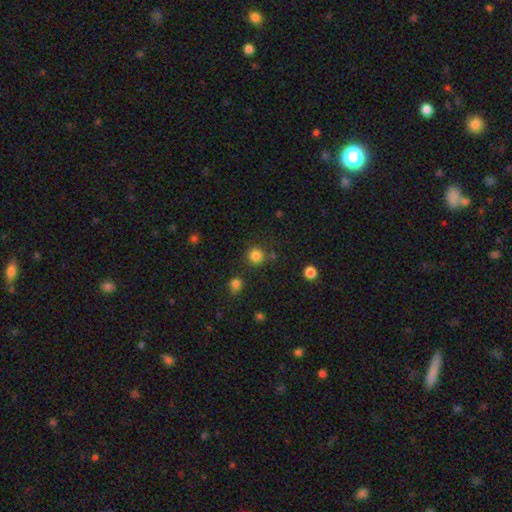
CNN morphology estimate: A smooth galaxy with no disk features (83%) that is round (92%). Merging: none (81%).